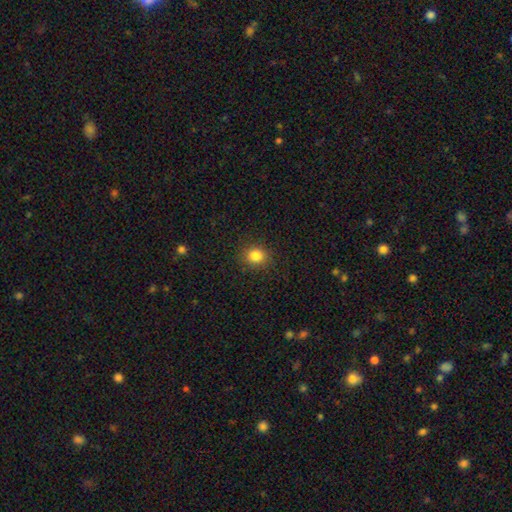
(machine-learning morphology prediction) A smooth galaxy with no disk features (84%) that is round (78%). Merging: none (90%).